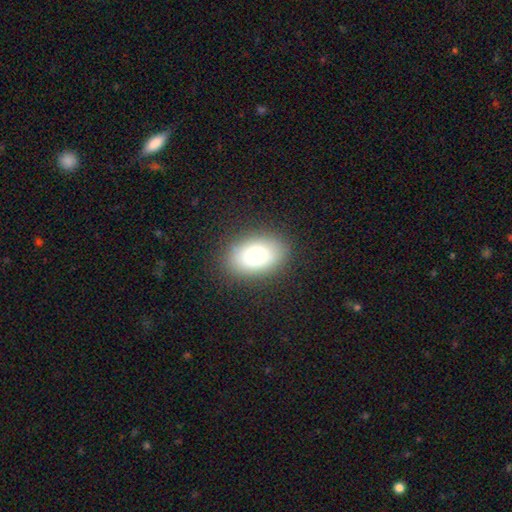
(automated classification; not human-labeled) Morphology: type=smooth (77%); roundness=in between (85%); merging=none (87%).